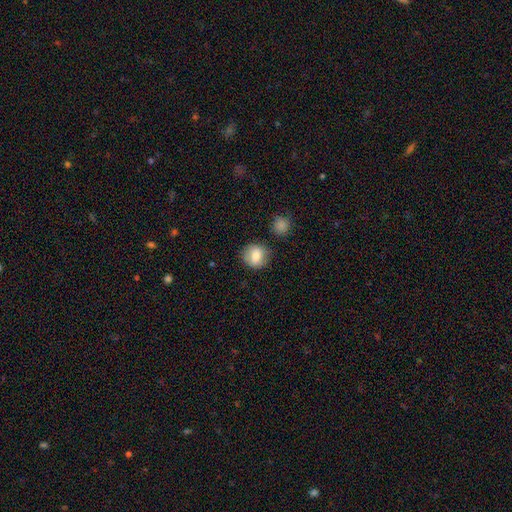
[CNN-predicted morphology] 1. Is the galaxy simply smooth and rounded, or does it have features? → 79% smooth, 13% featured or disk, 8% star or artifact.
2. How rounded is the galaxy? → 79% round, 20% in between, 1% cigar-shaped.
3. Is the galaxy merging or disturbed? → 77% none, 14% minor disturbance, 5% merger, 4% major disturbance.